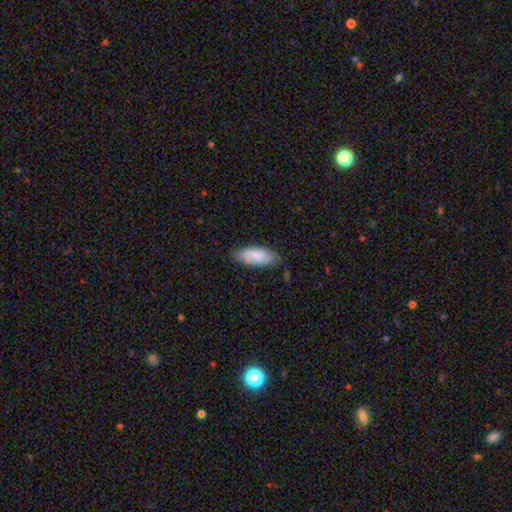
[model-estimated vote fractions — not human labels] The model was most divided on "merging": none: 70%, minor disturbance: 23%, major disturbance: 4%, merger: 3%. More confident: smooth or featured — smooth (82%); how rounded — in between (80%).